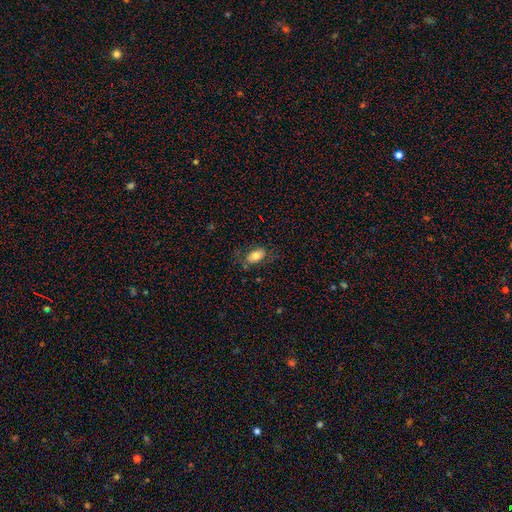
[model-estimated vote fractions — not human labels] This is likely a smooth galaxy (74%). How rounded: clearly in between (91%). Merging: likely none (71%).